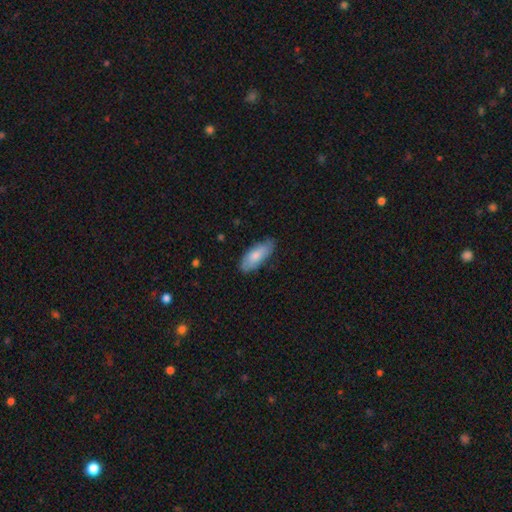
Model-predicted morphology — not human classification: smooth 76%, featured or disk 19%, star or artifact 5%. Down the decision tree: how rounded — in between (81%); merging — none (75%).